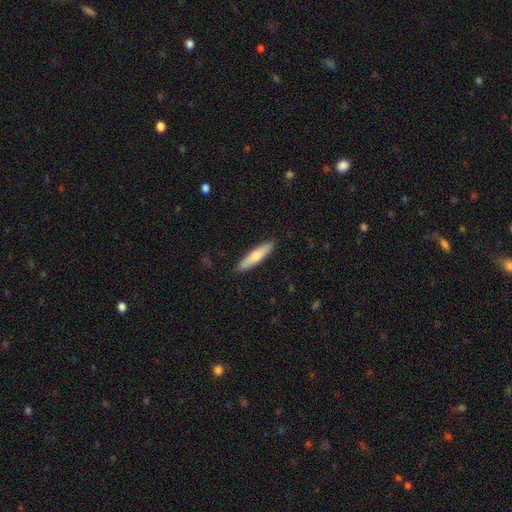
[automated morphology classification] A smooth galaxy with no disk features (63%) that is cigar-shaped (77%). Merging: none (90%).